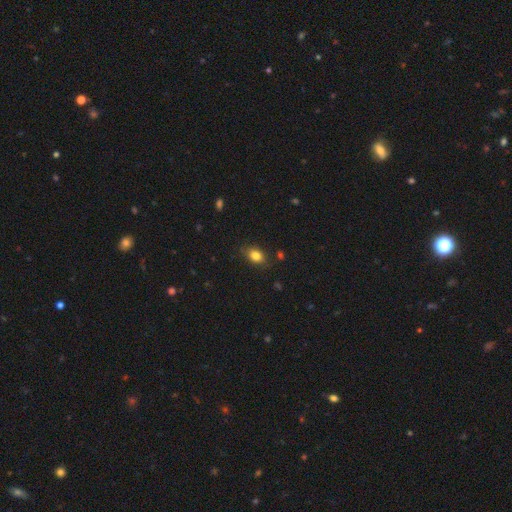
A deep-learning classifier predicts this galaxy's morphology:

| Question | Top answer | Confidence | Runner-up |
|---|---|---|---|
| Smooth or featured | smooth | 83% | star or artifact (9%) |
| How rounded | in between | 77% | round (21%) |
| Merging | none | 81% | minor disturbance (14%) |